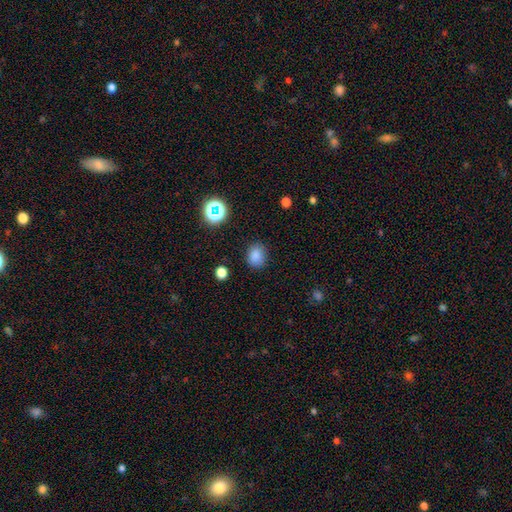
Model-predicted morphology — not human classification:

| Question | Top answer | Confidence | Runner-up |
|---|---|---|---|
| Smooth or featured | smooth | 81% | star or artifact (14%) |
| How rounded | round | 52% | in between (47%) |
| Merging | none | 84% | minor disturbance (11%) |